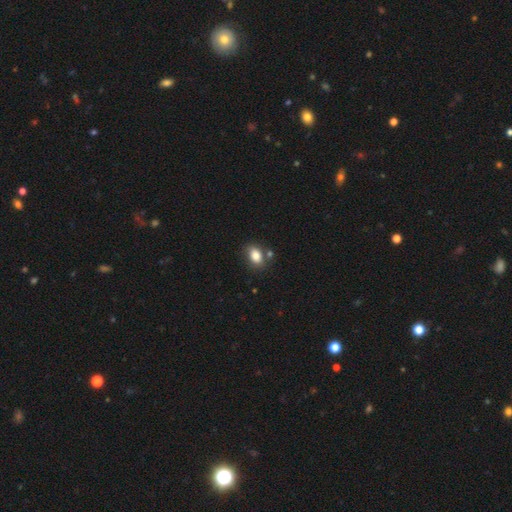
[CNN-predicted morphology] Smooth or featured?
  - smooth: 83% *
  - star or artifact: 9%
  - featured or disk: 8%
How rounded?
  - in between: 79% *
  - round: 20%
  - cigar-shaped: 1%
Merging?
  - none: 72% *
  - minor disturbance: 14%
  - merger: 11%
  - major disturbance: 4%